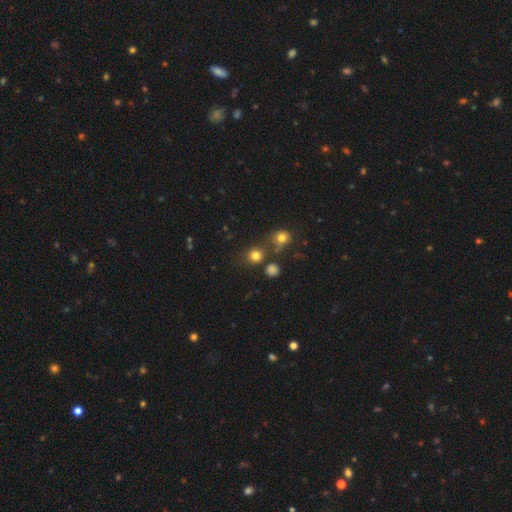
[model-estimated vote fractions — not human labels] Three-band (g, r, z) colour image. It shows a smooth galaxy with no disk features (77%) that is round (85%). Merging: none (64%).